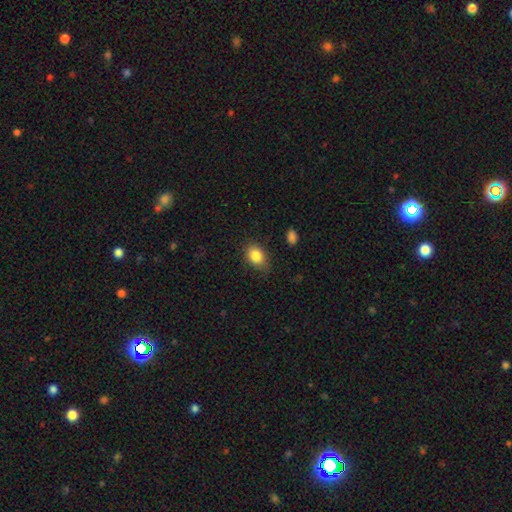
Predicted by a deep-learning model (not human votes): Smooth or featured?
  - smooth: 85% *
  - star or artifact: 8%
  - featured or disk: 7%
How rounded?
  - in between: 77% *
  - round: 21%
  - cigar-shaped: 1%
Merging?
  - none: 76% *
  - minor disturbance: 19%
  - major disturbance: 4%
  - merger: 1%